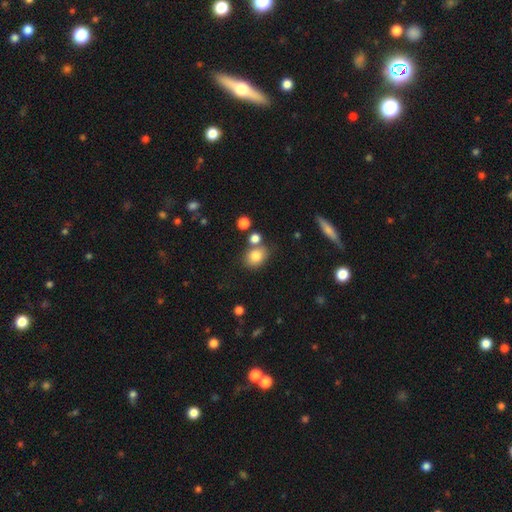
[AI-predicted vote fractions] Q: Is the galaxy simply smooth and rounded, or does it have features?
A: smooth — 82%.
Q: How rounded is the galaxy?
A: in between — 50%.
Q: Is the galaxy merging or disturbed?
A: none — 65%.